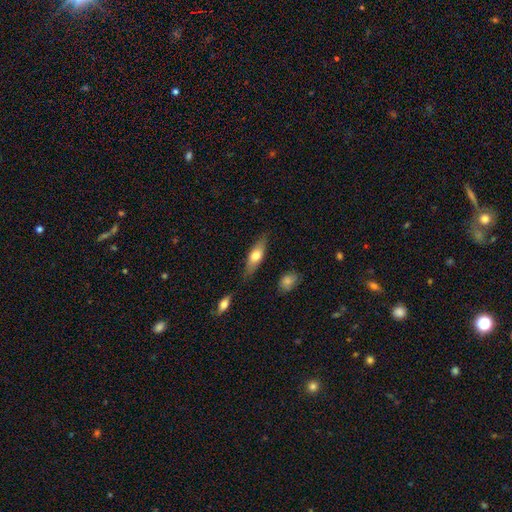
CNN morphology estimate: Smooth or featured? Predicted: smooth (p=0.63). How rounded? Predicted: in between (p=0.55). Merging? Predicted: none (p=0.80).